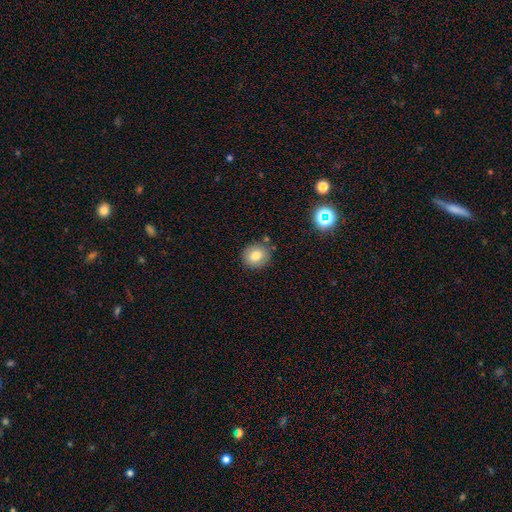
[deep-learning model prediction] This is likely a smooth galaxy (78%). How rounded: clearly round (82%). Merging: clearly none (84%).